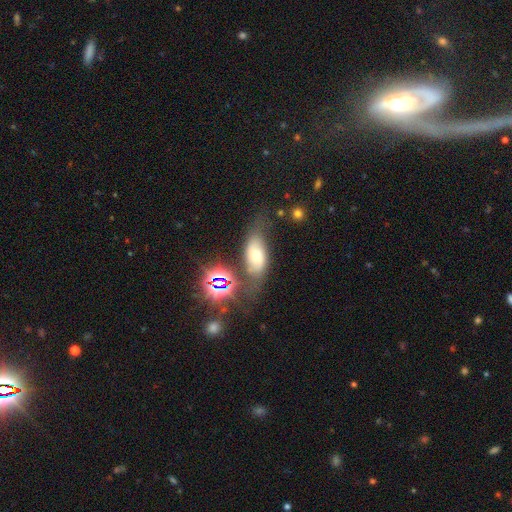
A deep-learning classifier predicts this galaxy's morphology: This appears to be a smooth galaxy with no disk features (43%). Merging: none (54%).